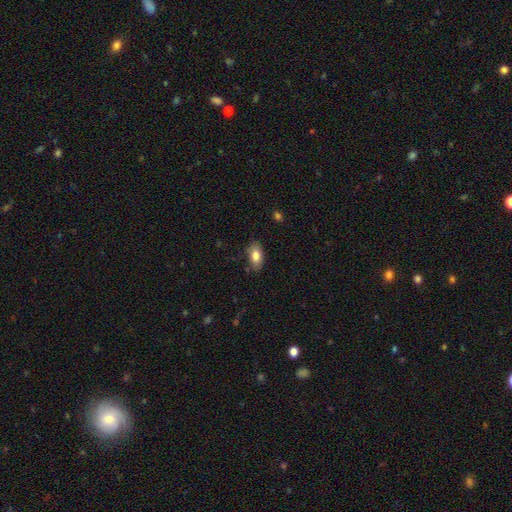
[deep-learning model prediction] Smooth or featured? smooth (82%)
How rounded? in between (91%)
Merging? none (82%)